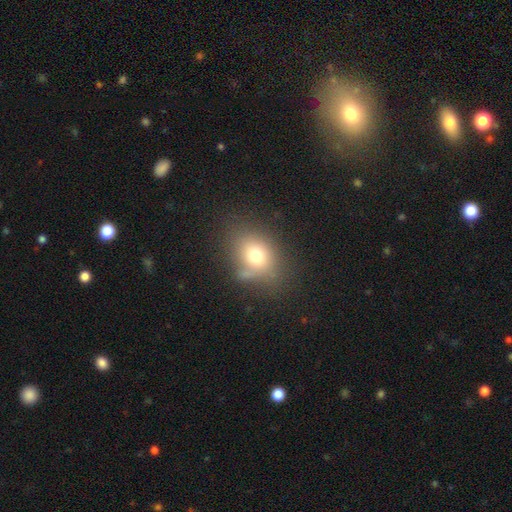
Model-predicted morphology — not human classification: Smooth or featured? smooth (72%)
How rounded? in between (55%)
Merging? none (63%)